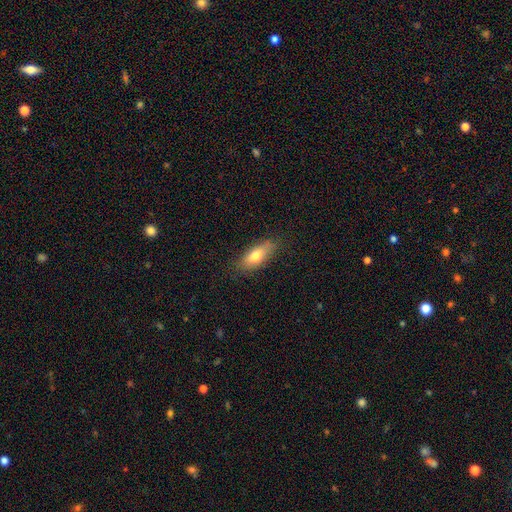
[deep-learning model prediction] This appears to be a smooth galaxy with no disk features (73%) that is in between round and cigar-shaped (72%). Merging: none (82%).